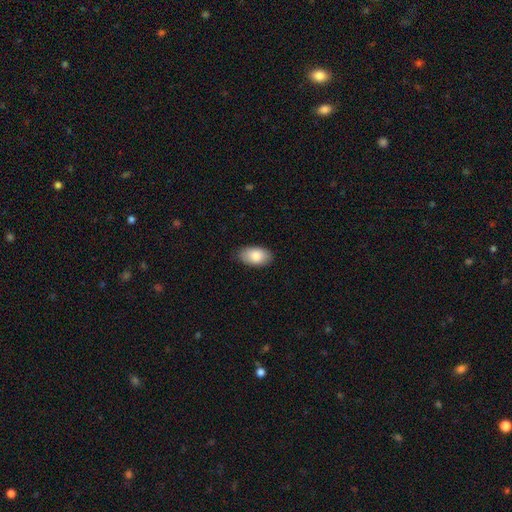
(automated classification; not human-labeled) smooth_or_featured: smooth (p=0.84) [alt: featured or disk p=0.09]
how_rounded: in between (p=0.95) [alt: round p=0.04]
merging: none (p=0.85) [alt: minor disturbance p=0.12]